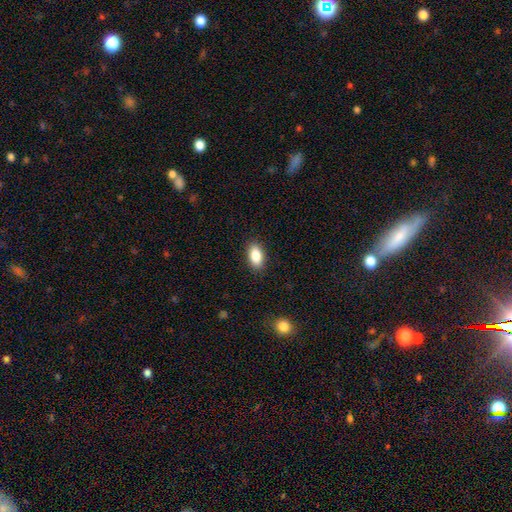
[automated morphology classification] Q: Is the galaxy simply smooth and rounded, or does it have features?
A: smooth — 87%.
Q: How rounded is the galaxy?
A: in between — 92%.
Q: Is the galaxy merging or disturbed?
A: none — 89%.